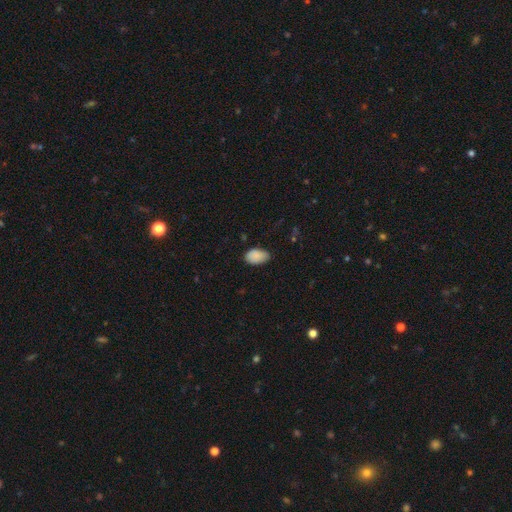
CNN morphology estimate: The model was most divided on "merging": none: 75%, minor disturbance: 21%, major disturbance: 3%, merger: 1%. More confident: how rounded — in between (92%); smooth or featured — smooth (88%).